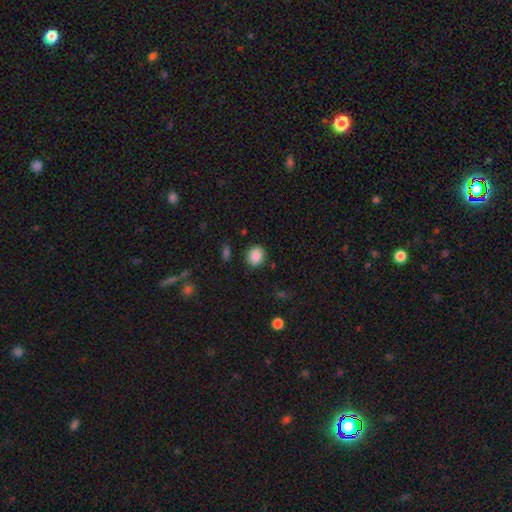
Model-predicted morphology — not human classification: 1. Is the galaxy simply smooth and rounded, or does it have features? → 88% smooth, 8% star or artifact, 4% featured or disk.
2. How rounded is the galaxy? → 66% round, 33% in between, 1% cigar-shaped.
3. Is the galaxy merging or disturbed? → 84% none, 11% minor disturbance, 3% major disturbance, 2% merger.